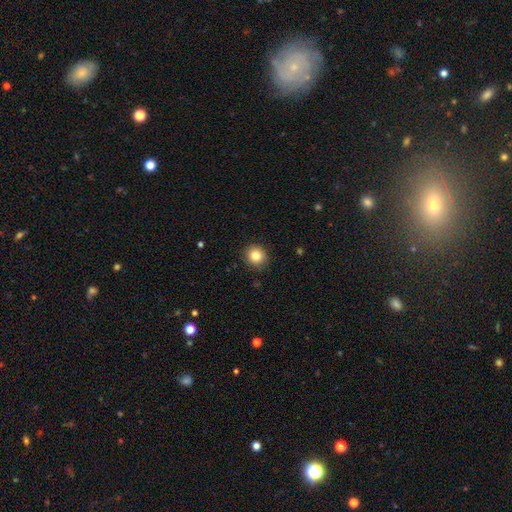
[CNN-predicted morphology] A smooth galaxy with no disk features (84%) that is round (88%). Merging: none (89%).